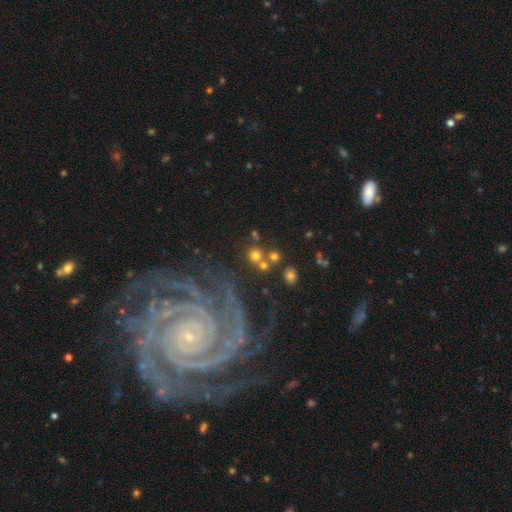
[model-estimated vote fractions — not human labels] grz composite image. It shows a smooth galaxy with no disk features (66%) that is round (91%). Merging: none (69%).